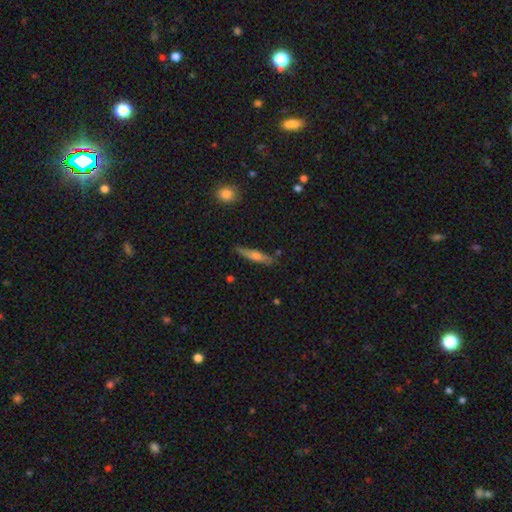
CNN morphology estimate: A smooth galaxy with no disk features (56%) that is cigar-shaped (83%). Merging: none (82%).